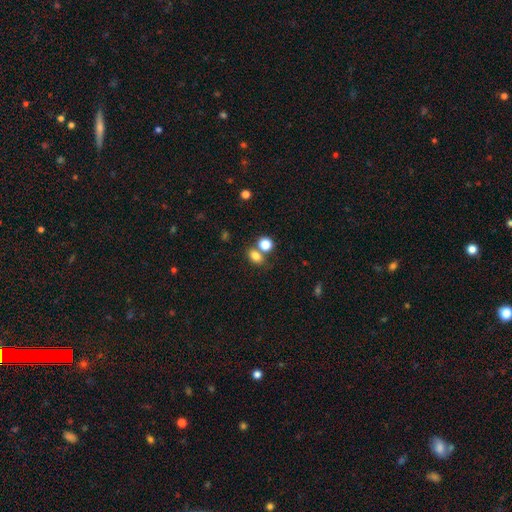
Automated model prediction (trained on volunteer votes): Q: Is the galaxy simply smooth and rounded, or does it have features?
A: smooth — 79%.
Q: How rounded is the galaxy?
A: in between — 65%.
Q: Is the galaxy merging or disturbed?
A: none — 56%.